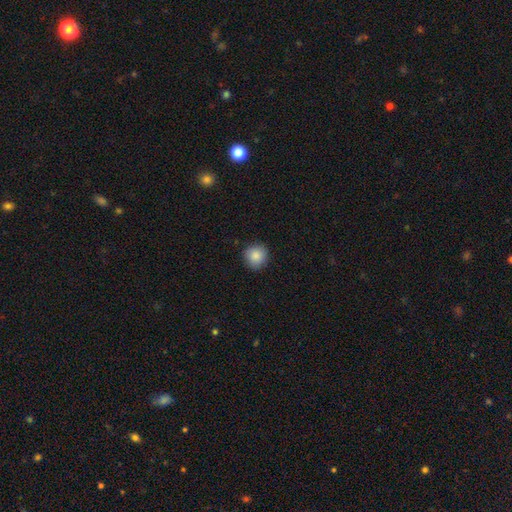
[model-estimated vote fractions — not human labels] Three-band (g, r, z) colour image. It shows a smooth galaxy with no disk features (87%) that is round (92%). Merging: none (88%).